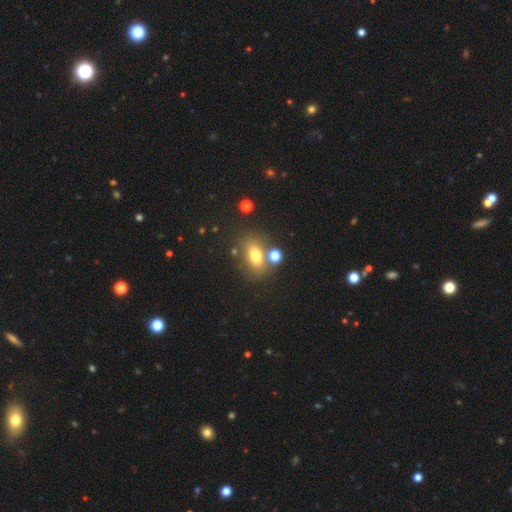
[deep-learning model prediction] Smooth or featured? smooth (72%)
How rounded? in between (75%)
Merging? none (66%)